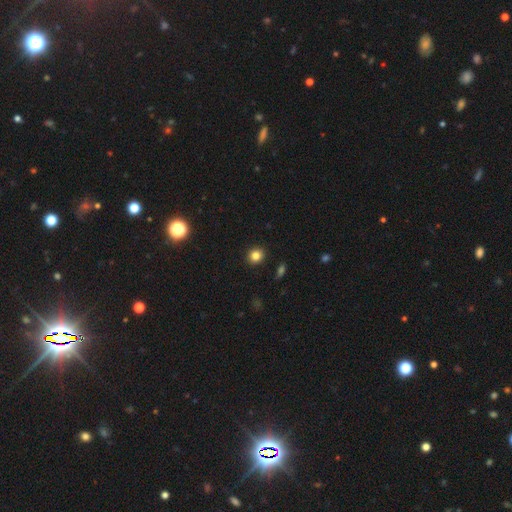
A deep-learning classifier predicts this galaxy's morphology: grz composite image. It shows a smooth galaxy with no disk features (82%) that is round (85%). Merging: none (91%).